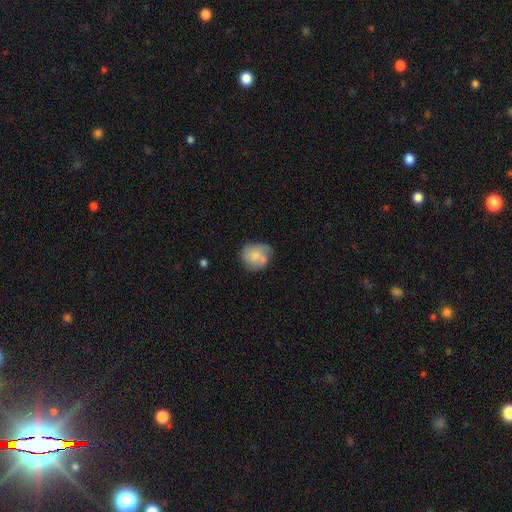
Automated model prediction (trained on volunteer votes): Smooth or featured: smooth — 70% (featured or disk — 23%)
How rounded: round — 76% (in between — 23%)
Merging: none — 49% (minor disturbance — 25%)